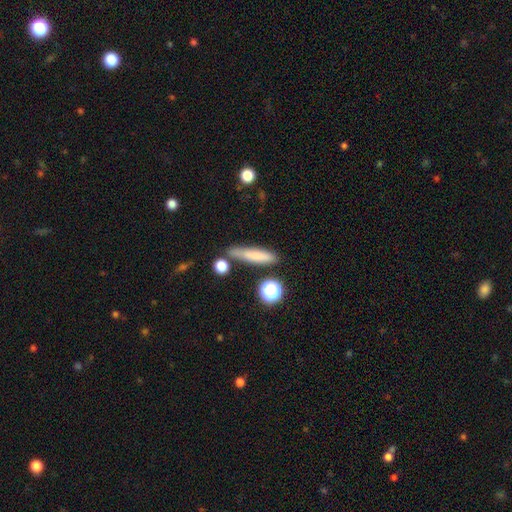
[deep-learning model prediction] A smooth galaxy with no disk features (74%) that is cigar-shaped (80%). Merging: none (72%).